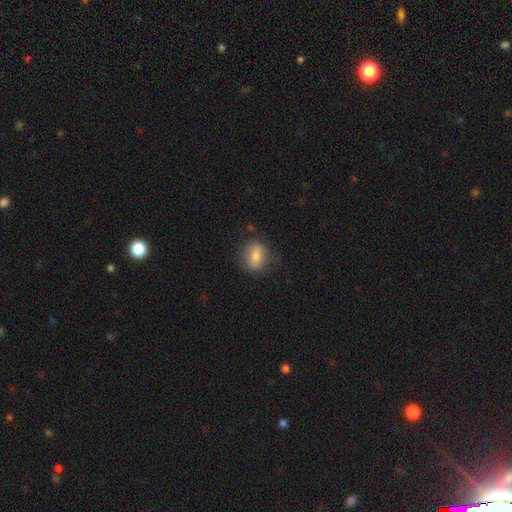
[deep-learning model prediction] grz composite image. It shows a smooth galaxy with no disk features (71%) that is in between round and cigar-shaped (57%). Merging: none (80%).